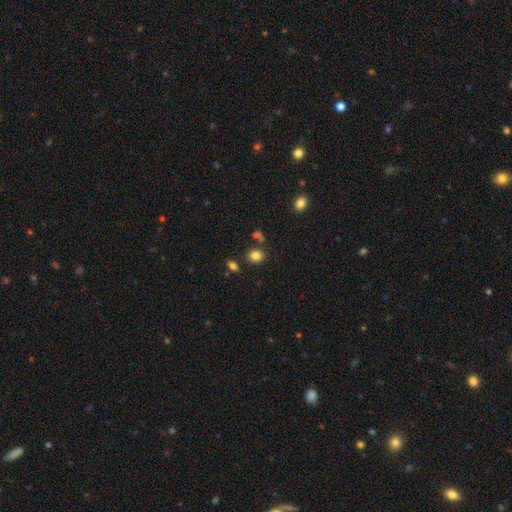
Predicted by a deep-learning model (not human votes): A smooth galaxy with no disk features (82%) that is round (59%).

Vote fractions:
- Smooth or featured? smooth: 82% / star or artifact: 12% / featured or disk: 6%
- How rounded? round: 59% / in between: 40% / cigar-shaped: 1%
- Merging? none: 77% / minor disturbance: 10% / merger: 9% / major disturbance: 4%